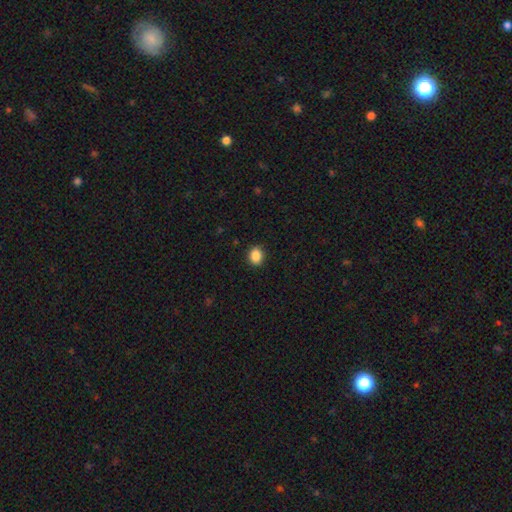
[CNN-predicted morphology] Smooth or featured?
  - smooth: 88% *
  - star or artifact: 9%
  - featured or disk: 3%
How rounded?
  - round: 55% *
  - in between: 44%
  - cigar-shaped: 1%
Merging?
  - none: 91% *
  - minor disturbance: 7%
  - major disturbance: 2%
  - merger: 1%